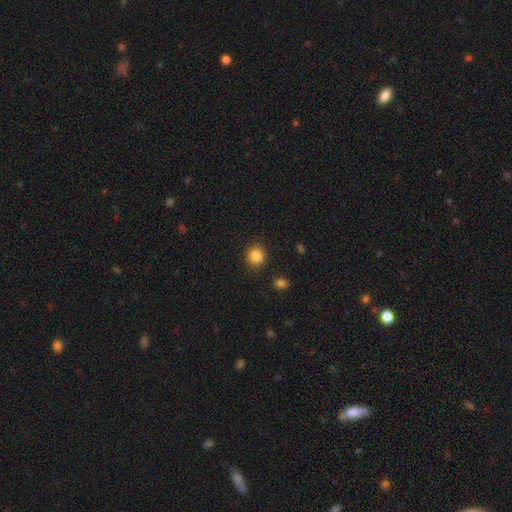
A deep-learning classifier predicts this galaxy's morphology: Q: Smooth or featured?
A: smooth (86%); runner-up: star or artifact (10%)
Q: How rounded?
A: round (89%); runner-up: in between (10%)
Q: Merging?
A: none (90%); runner-up: minor disturbance (6%)